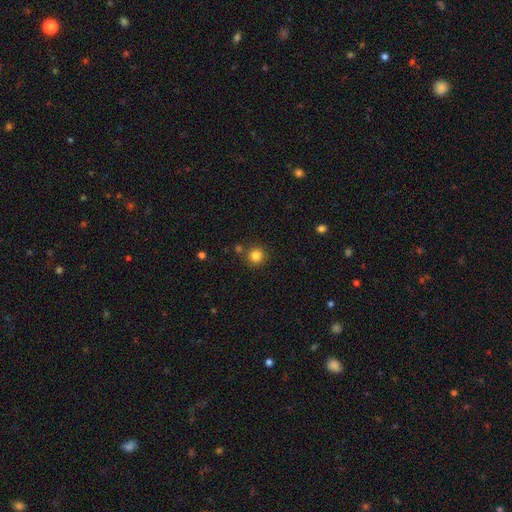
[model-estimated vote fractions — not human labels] This is clearly a smooth galaxy (83%). How rounded: clearly round (93%). Merging: clearly none (81%).